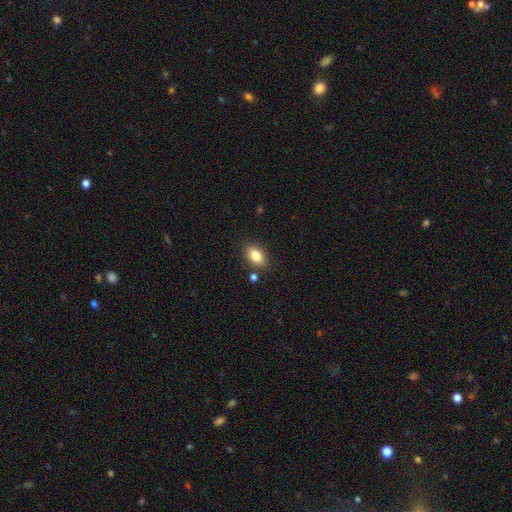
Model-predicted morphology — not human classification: Smooth or featured: smooth — 83% (star or artifact — 9%)
How rounded: in between — 85% (round — 13%)
Merging: none — 82% (minor disturbance — 11%)